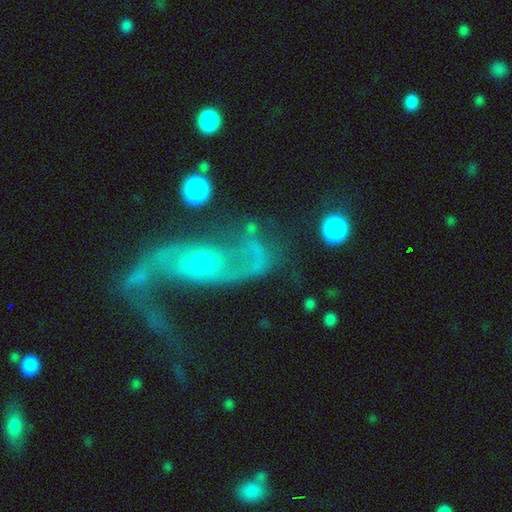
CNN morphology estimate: Overall: featured or disk (69%). Edge-on disk: no (94%). Bar: no (67%). Spiral arms: yes (83%). Spiral arm count: 2 (78%). Spiral winding: loose (61%; medium 28%). Bulge size: small (51%; moderate 40%). Merging: none (43%; major disturbance 24%).